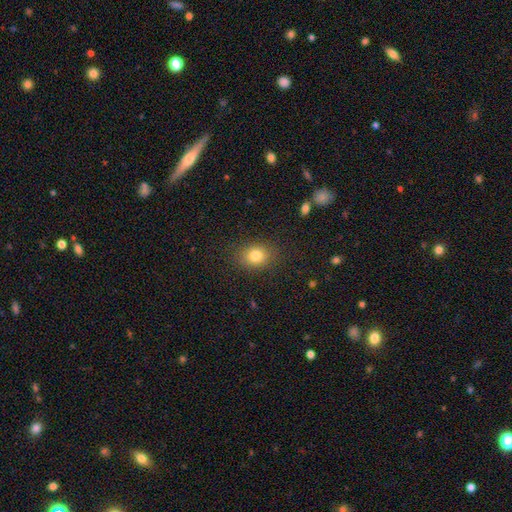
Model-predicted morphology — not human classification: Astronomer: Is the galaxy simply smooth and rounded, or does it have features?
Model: smooth — 82%.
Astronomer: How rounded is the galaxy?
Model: round — 51% (runner-up: in between, 48%).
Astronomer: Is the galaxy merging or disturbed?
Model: none — 85%.